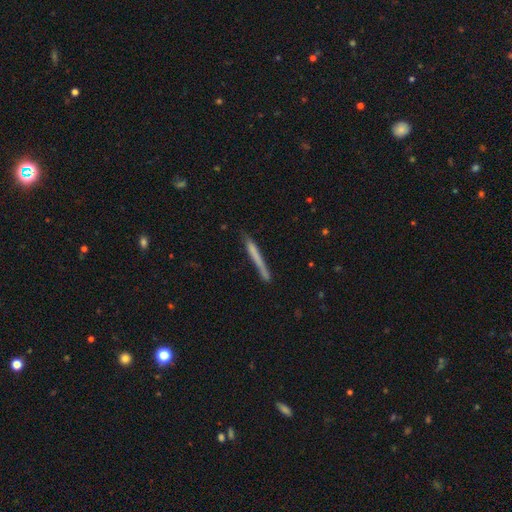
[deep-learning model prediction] This is likely a smooth galaxy (61%). How rounded: clearly cigar-shaped (97%). Merging: clearly none (82%).